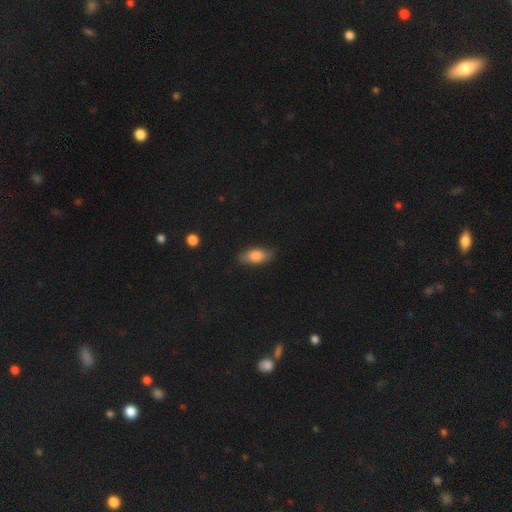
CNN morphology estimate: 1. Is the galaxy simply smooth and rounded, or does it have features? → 77% smooth, 16% featured or disk, 7% star or artifact.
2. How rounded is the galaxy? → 83% in between, 13% cigar-shaped, 4% round.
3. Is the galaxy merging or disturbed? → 80% none, 15% minor disturbance, 3% major disturbance, 1% merger.